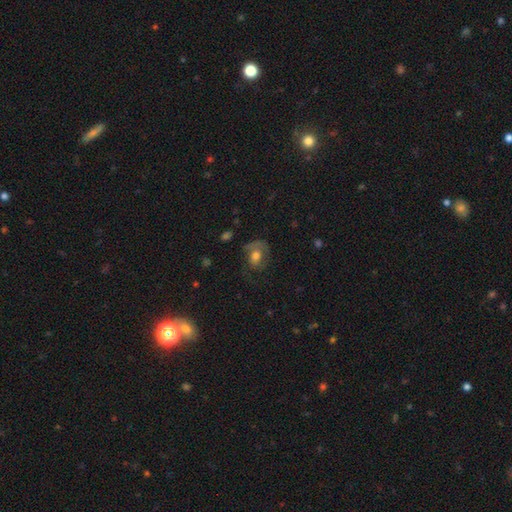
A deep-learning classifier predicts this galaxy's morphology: Smooth or featured? Predicted: smooth (p=0.49). Merging? Predicted: none (p=0.45).